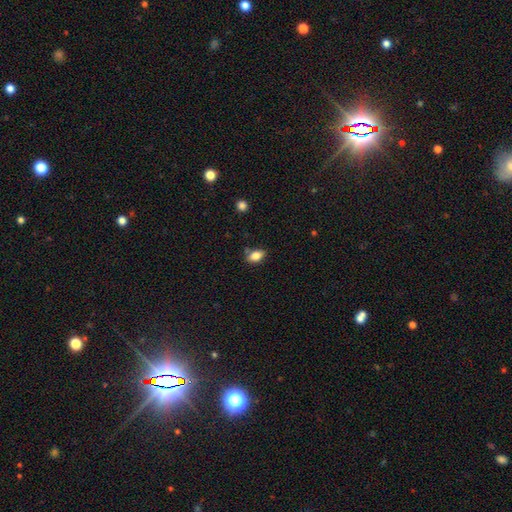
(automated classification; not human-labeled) Smooth or featured?
  - smooth: 80% *
  - featured or disk: 11%
  - star or artifact: 9%
How rounded?
  - in between: 86% *
  - round: 11%
  - cigar-shaped: 3%
Merging?
  - none: 72% *
  - minor disturbance: 18%
  - merger: 6%
  - major disturbance: 3%